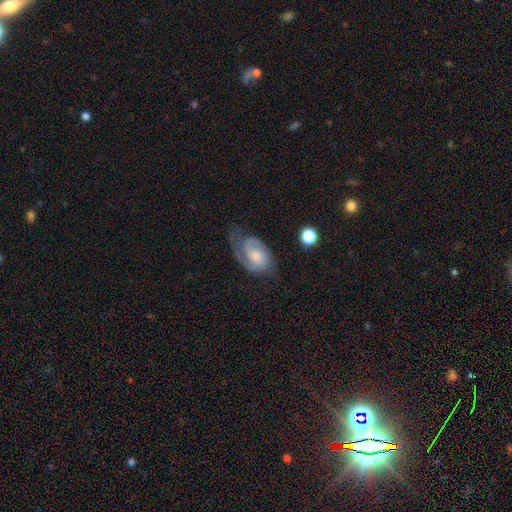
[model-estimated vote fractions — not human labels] The model was most divided on "spiral winding" (2-way tie): medium: 42%, tight: 42%, loose: 16%. Remaining: edge-on disk — no (97%); spiral arms — yes (94%); smooth or featured — featured or disk (74%); bar — no (62%); spiral arm count — 2 (52%); merging — none (51%); bulge size — moderate (39%).